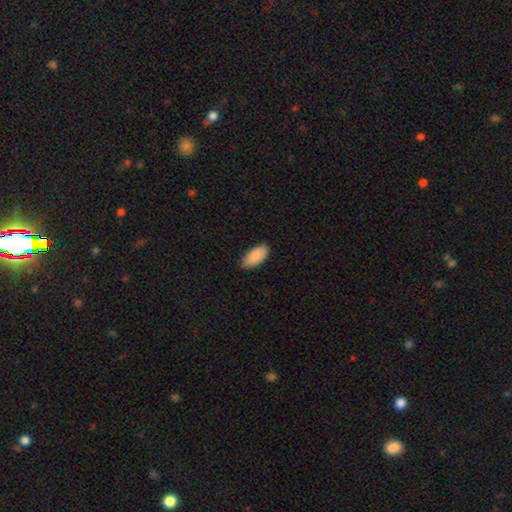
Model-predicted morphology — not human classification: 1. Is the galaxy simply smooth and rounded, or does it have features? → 88% smooth, 6% star or artifact, 6% featured or disk.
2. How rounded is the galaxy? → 94% in between, 4% cigar-shaped, 2% round.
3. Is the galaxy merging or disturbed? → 78% none, 19% minor disturbance, 2% major disturbance, 1% merger.